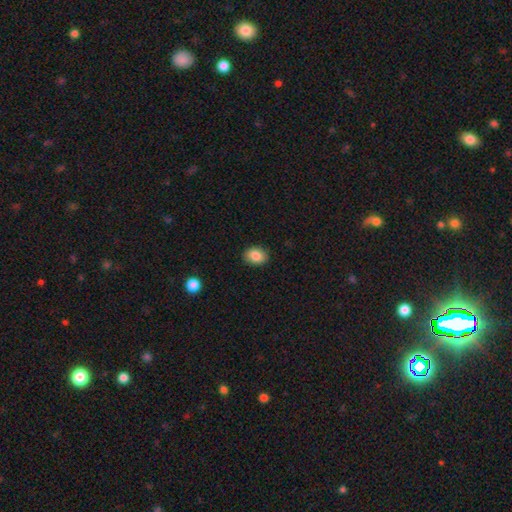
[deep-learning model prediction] Smooth or featured? smooth (85%)
How rounded? in between (64%)
Merging? none (89%)